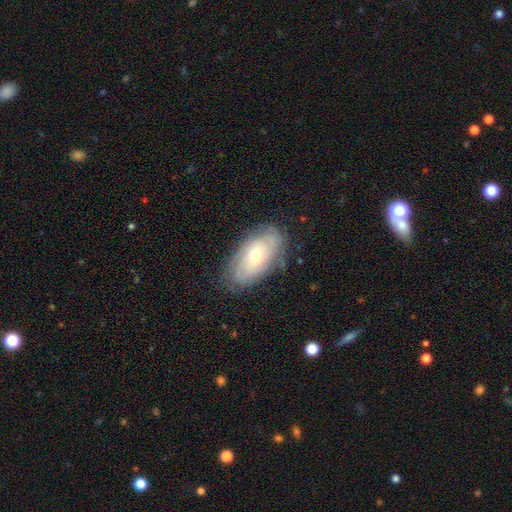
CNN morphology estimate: Overall: featured or disk (58%; smooth 35%). Edge-on disk: no (90%). Bar: no (73%). Spiral arms: yes (72%). Bulge size: moderate (62%; small 32%). Merging: none (77%).